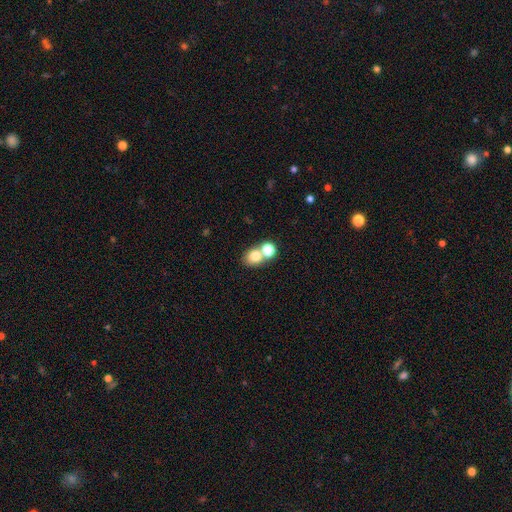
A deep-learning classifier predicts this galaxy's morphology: This appears to be a smooth galaxy with no disk features (75%) that is round (61%). Merging: merger (48%).